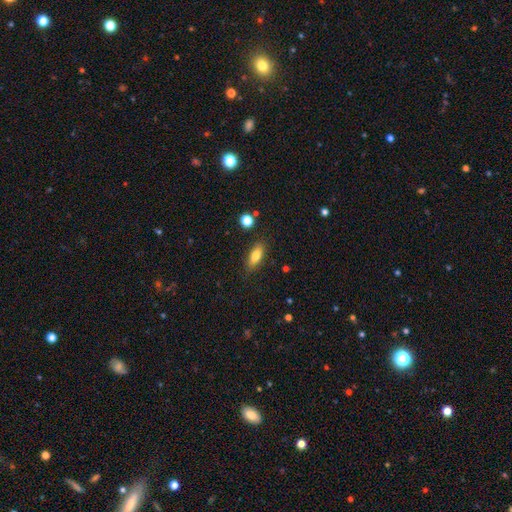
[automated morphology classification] smooth-or-featured: smooth: 79% | featured or disk: 13% | star or artifact: 8%
  how-rounded: in between: 73% | cigar-shaped: 24% | round: 3%
  merging: none: 84% | minor disturbance: 11% | major disturbance: 3% | merger: 2%